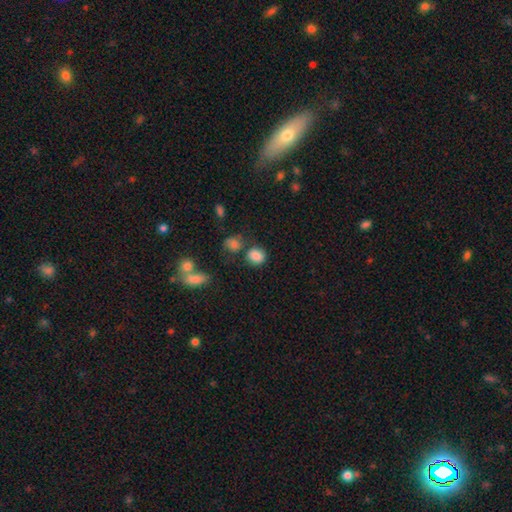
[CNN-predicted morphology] smooth_or_featured: smooth (p=0.84) [alt: star or artifact p=0.10]
how_rounded: round (p=0.60) [alt: in between p=0.38]
merging: none (p=0.64) [alt: minor disturbance p=0.15]